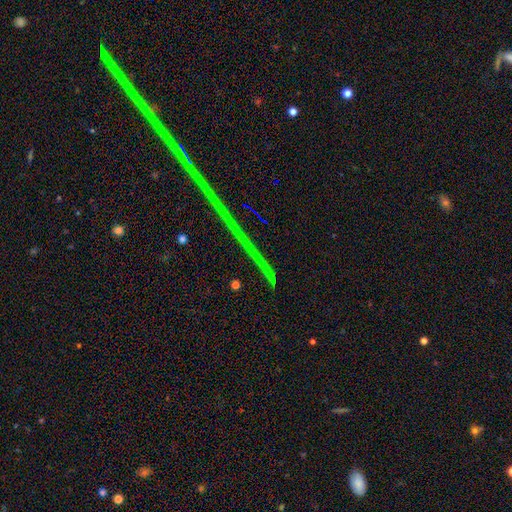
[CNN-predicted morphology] This appears to be a star or artifact, not a galaxy (83%).